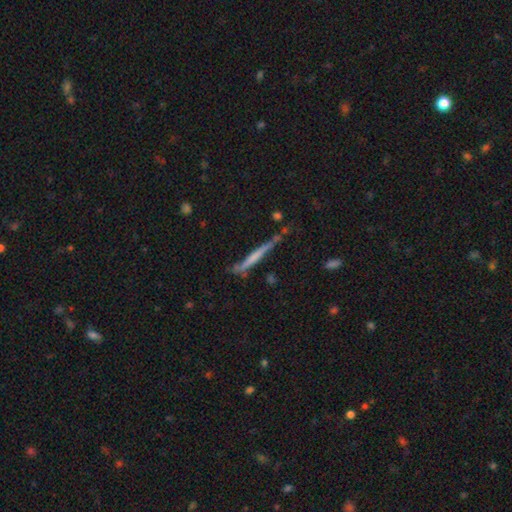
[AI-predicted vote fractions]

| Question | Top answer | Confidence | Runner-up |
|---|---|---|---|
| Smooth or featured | featured or disk | 49% | smooth (44%) |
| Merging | none | 67% | minor disturbance (22%) |